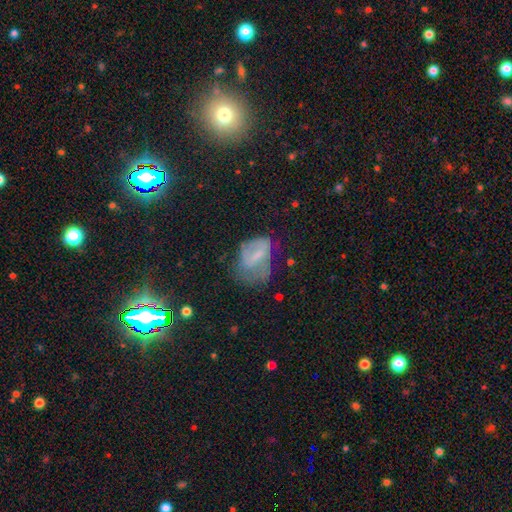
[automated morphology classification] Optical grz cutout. It shows a featured or disk galaxy (44%). Merging: none (34%).